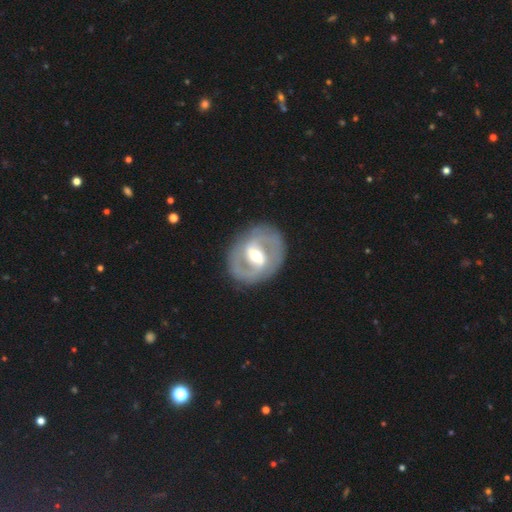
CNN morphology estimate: This appears to be a featured or disk galaxy (81%) with a strong bar (43%), 2 (86%) medium (46%) spiral arms (80%) and a moderate central bulge (70%). Merging: none (84%).